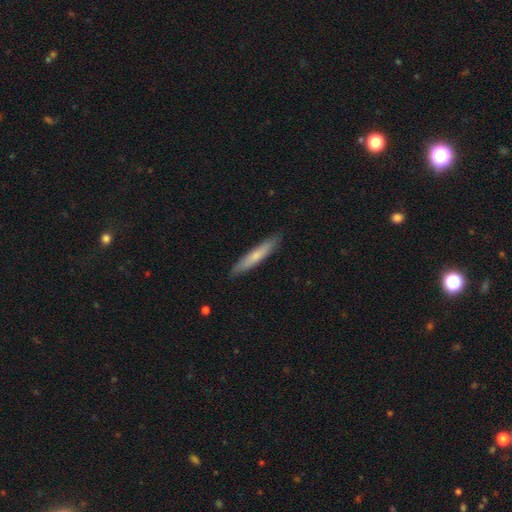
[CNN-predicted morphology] Smooth or featured? smooth (62%)
How rounded? cigar-shaped (93%)
Merging? none (89%)